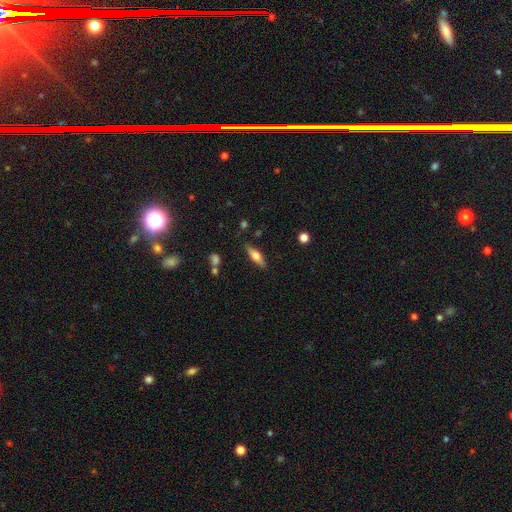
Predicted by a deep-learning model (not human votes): This appears to be a smooth galaxy with no disk features (54%) that is cigar-shaped (50%). Merging: none (83%).